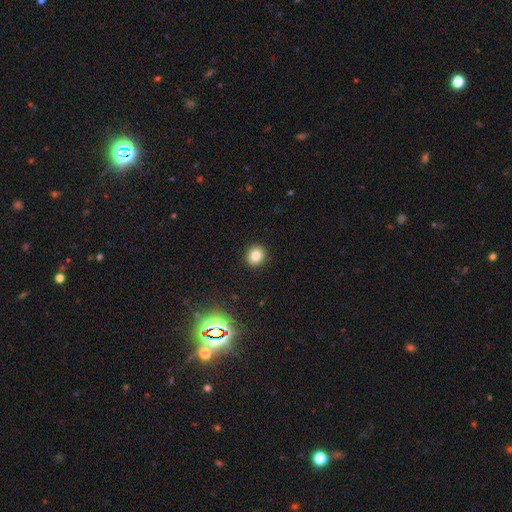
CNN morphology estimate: Smooth or featured? Predicted: smooth (p=0.82). How rounded? Predicted: round (p=0.84). Merging? Predicted: none (p=0.92).